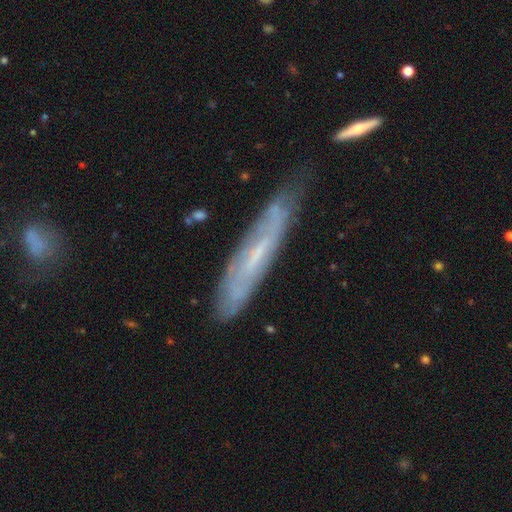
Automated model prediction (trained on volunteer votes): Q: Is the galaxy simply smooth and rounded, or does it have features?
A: featured or disk — 64%.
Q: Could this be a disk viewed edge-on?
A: no — 52%.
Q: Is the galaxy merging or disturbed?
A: none — 66%.